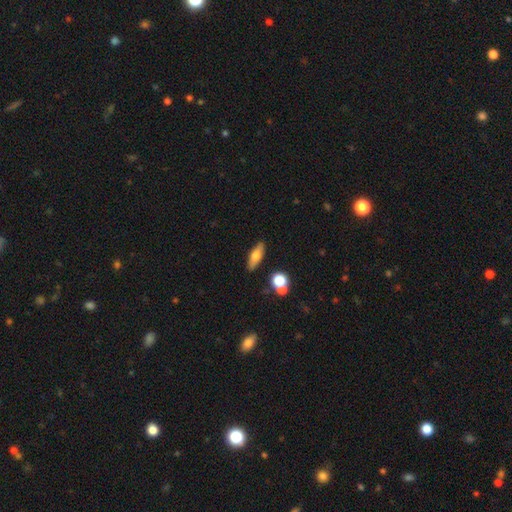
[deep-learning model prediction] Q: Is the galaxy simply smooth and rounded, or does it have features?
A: smooth — 60%.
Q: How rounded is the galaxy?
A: in between — 55%.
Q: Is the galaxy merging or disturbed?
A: none — 84%.